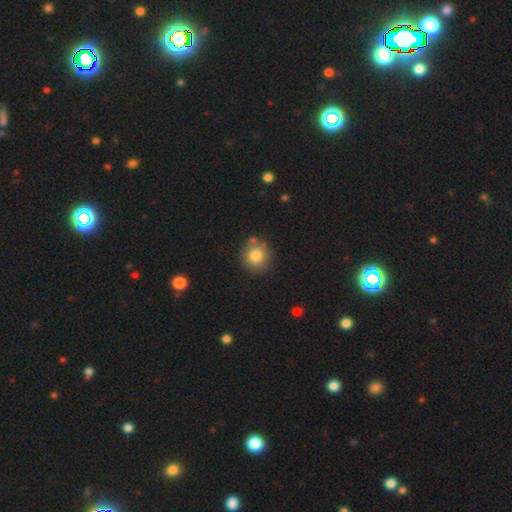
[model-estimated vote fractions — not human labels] Smooth or featured: smooth — 81% (featured or disk — 10%)
How rounded: round — 90% (in between — 9%)
Merging: none — 80% (minor disturbance — 11%)